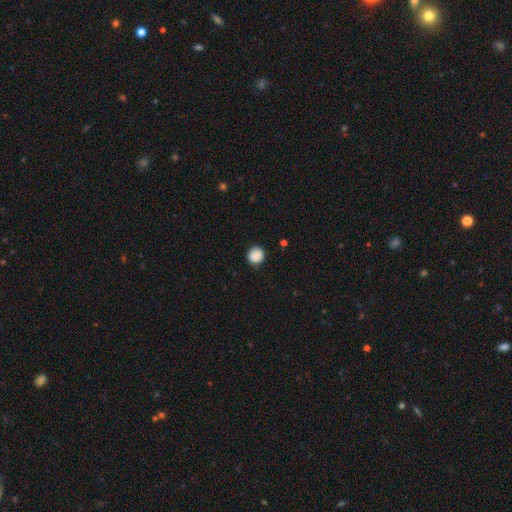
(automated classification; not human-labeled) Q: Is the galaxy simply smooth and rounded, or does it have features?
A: smooth — 89%.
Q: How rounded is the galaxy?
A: round — 90%.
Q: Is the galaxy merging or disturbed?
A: none — 88%.